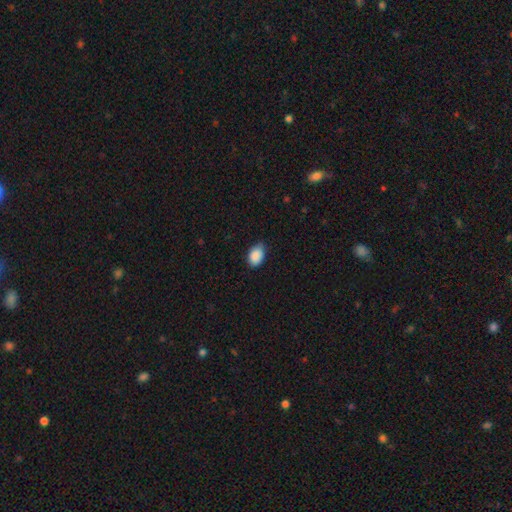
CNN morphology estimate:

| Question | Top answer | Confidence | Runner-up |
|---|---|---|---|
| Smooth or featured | smooth | 89% | star or artifact (7%) |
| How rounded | in between | 85% | round (14%) |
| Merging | none | 68% | minor disturbance (28%) |